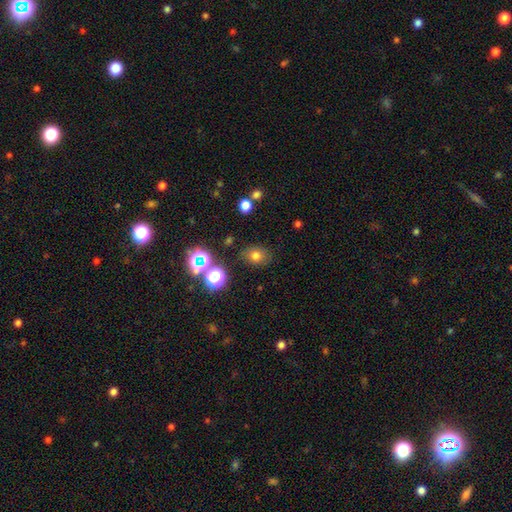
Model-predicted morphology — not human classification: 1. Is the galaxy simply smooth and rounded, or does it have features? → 72% smooth, 19% star or artifact, 9% featured or disk.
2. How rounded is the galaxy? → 50% round, 49% in between, 1% cigar-shaped.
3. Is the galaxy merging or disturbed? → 80% none, 12% minor disturbance, 4% major disturbance, 4% merger.